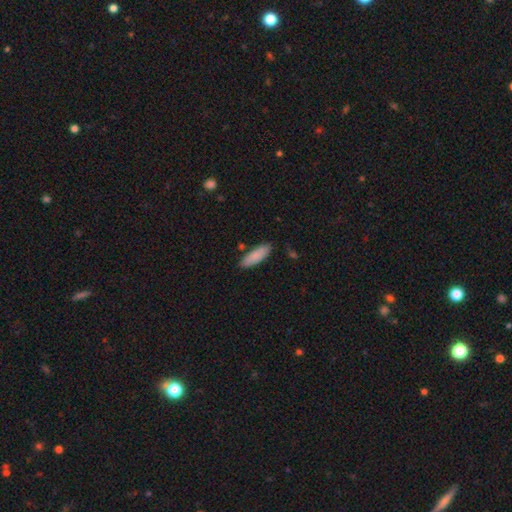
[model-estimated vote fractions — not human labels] A smooth galaxy with no disk features (86%) that is in between round and cigar-shaped (51%). Merging: none (83%).